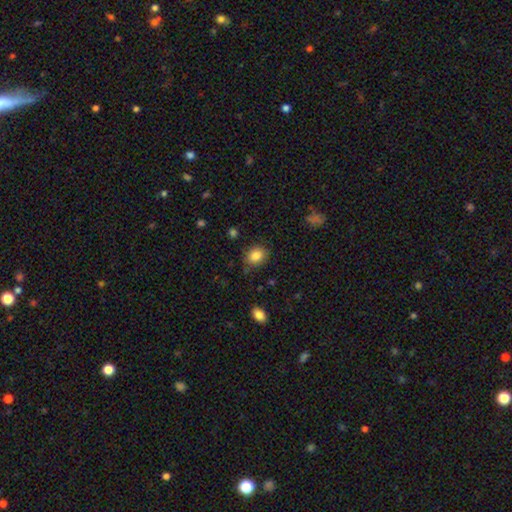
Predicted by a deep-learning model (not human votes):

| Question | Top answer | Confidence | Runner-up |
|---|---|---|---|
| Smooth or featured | smooth | 84% | star or artifact (9%) |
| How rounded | in between | 55% | round (44%) |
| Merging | none | 80% | minor disturbance (15%) |